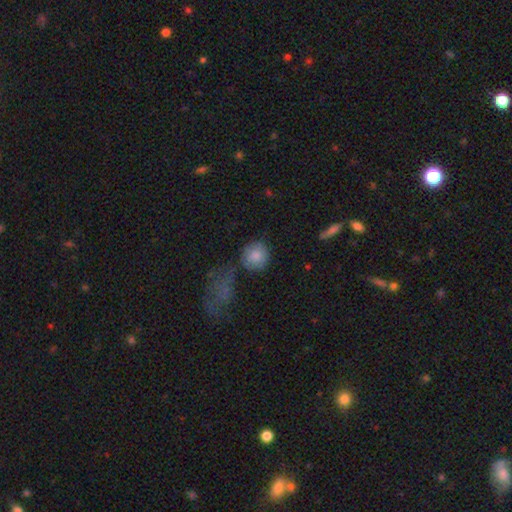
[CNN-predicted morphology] type=smooth (83%); roundness=round (91%); merging=none (69%).